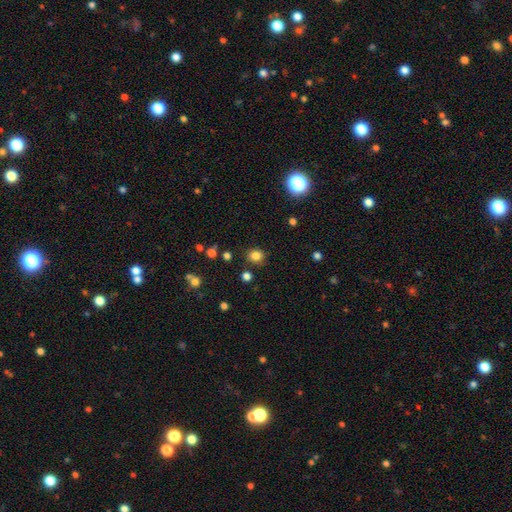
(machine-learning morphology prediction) This appears to be a smooth galaxy with no disk features (82%) that is round (79%). Merging: none (85%).